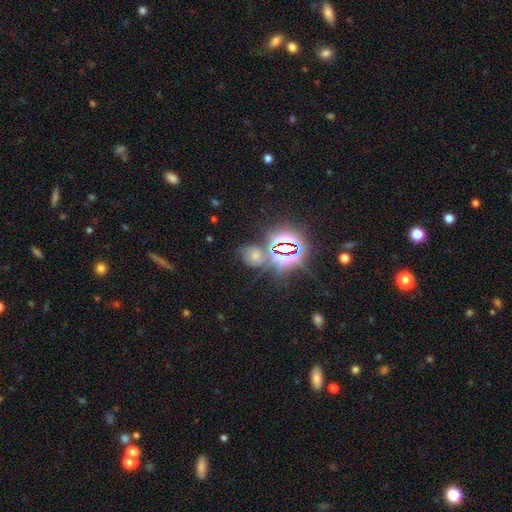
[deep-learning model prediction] Q: Smooth or featured?
A: star or artifact (48%); runner-up: smooth (34%)